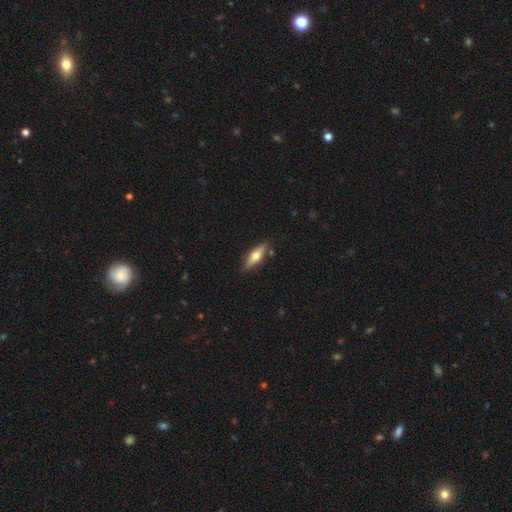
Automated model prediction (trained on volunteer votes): smooth 49%, featured or disk 45%, star or artifact 6%. Down the decision tree: merging — none (84%).